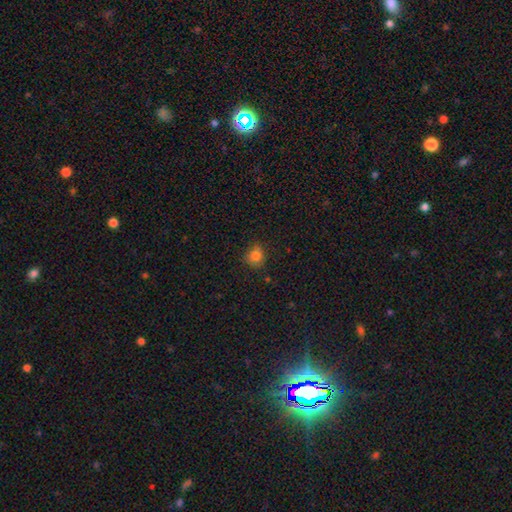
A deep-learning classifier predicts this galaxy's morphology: smooth 81%, star or artifact 12%, featured or disk 7%. Down the decision tree: how rounded — round (75%); merging — none (78%).